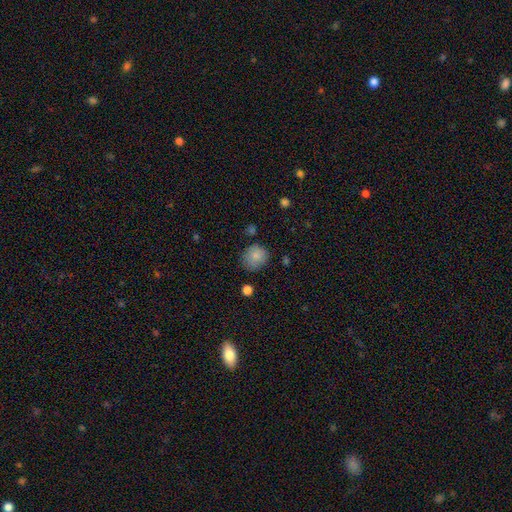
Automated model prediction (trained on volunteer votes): Q: Smooth or featured?
A: smooth (84%); runner-up: star or artifact (9%)
Q: How rounded?
A: round (72%); runner-up: in between (27%)
Q: Merging?
A: none (72%); runner-up: minor disturbance (20%)